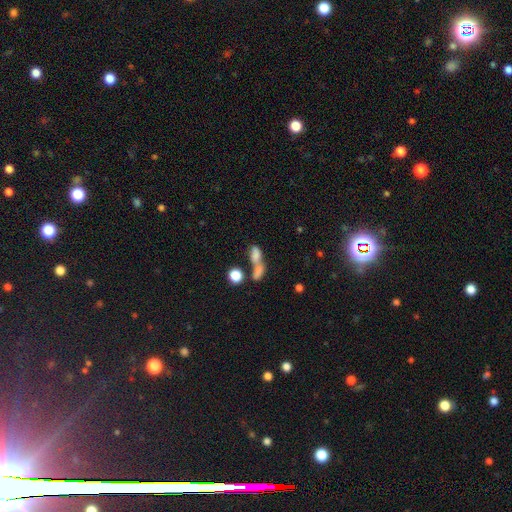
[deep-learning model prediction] Morphology: type=smooth (70%); roundness=in between (70%); merging=merger (61%).